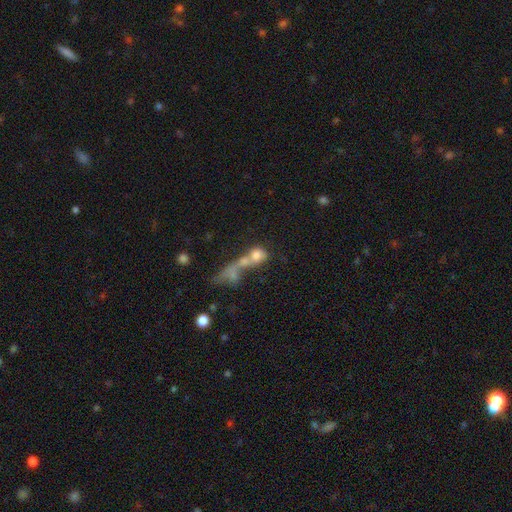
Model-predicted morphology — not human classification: Smooth or featured? smooth (59%)
How rounded? round (49%)
Merging? merger (53%)